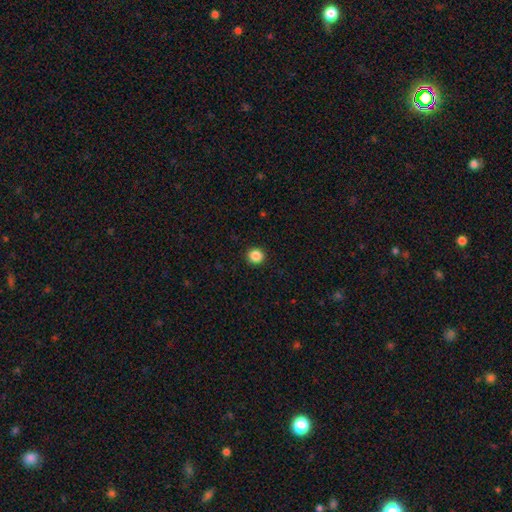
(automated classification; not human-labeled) Smooth or featured?
  - smooth: 87% *
  - star or artifact: 10%
  - featured or disk: 3%
How rounded?
  - round: 93% *
  - in between: 6%
  - cigar-shaped: 1%
Merging?
  - none: 93% *
  - minor disturbance: 4%
  - major disturbance: 2%
  - merger: 1%